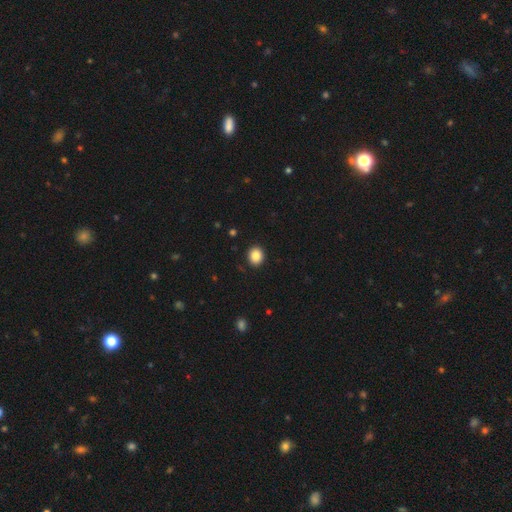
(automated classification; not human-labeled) A smooth galaxy with no disk features (87%) that is round (69%). Merging: none (91%).